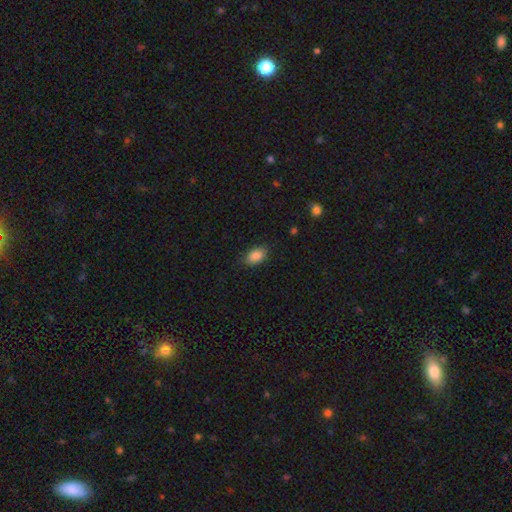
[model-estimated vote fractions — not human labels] Smooth or featured? smooth (87%)
How rounded? in between (90%)
Merging? none (84%)